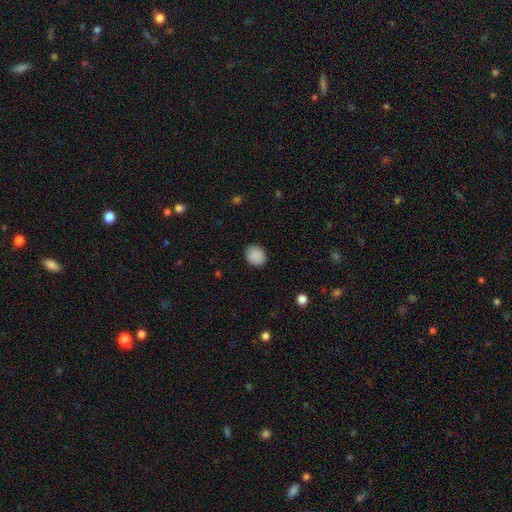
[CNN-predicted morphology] Smooth or featured: smooth — 89% (star or artifact — 9%)
How rounded: round — 69% (in between — 30%)
Merging: none — 88% (minor disturbance — 9%)